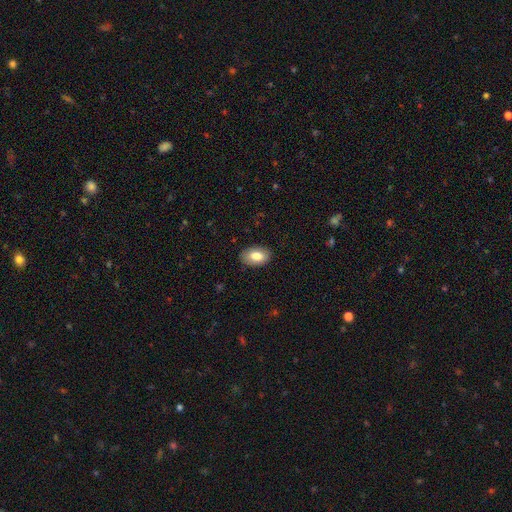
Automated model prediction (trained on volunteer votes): A smooth galaxy with no disk features (82%) that is in between round and cigar-shaped (91%). Merging: none (86%).